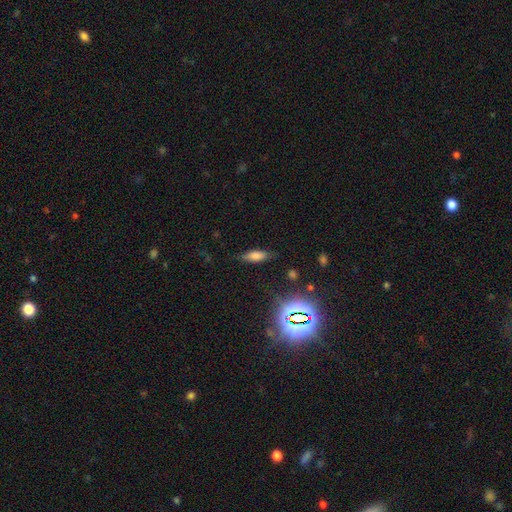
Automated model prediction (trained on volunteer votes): A smooth galaxy with no disk features (68%) that is in between round and cigar-shaped (61%).

Vote fractions:
- Smooth or featured? smooth: 68% / featured or disk: 18% / star or artifact: 13%
- How rounded? in between: 61% / cigar-shaped: 35% / round: 3%
- Merging? none: 80% / minor disturbance: 14% / major disturbance: 4% / merger: 2%